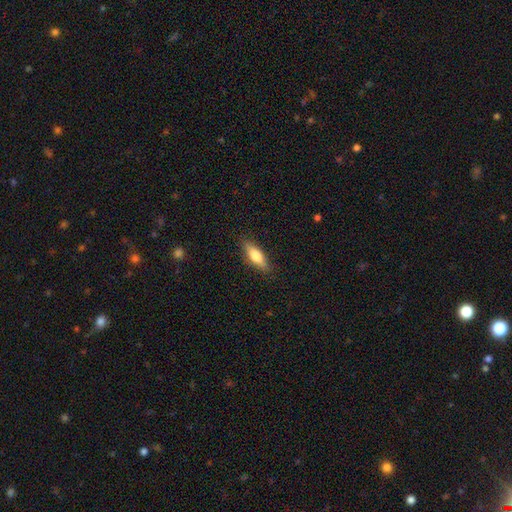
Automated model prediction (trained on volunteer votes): A smooth galaxy with no disk features (70%) that is in between round and cigar-shaped (51%). Merging: none (86%).